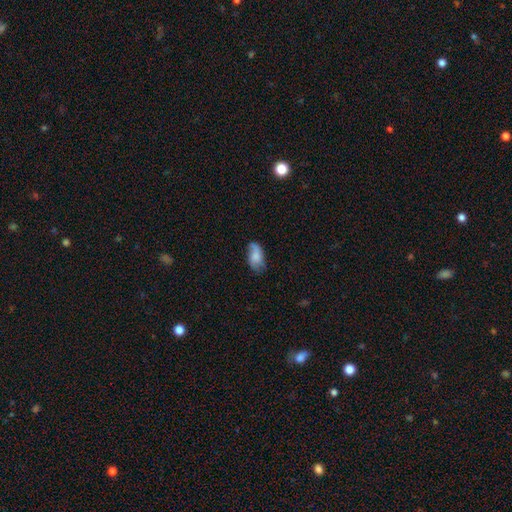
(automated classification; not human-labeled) smooth 62%, featured or disk 30%, star or artifact 8%. Down the decision tree: how rounded — in between (91%); merging — none (57%).